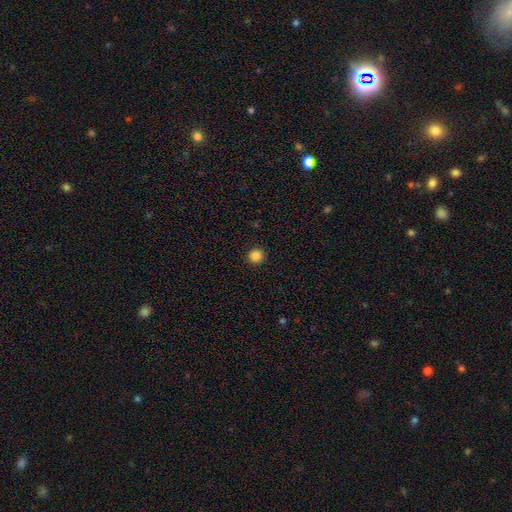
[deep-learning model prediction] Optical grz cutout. It shows a smooth galaxy with no disk features (86%) that is round (94%). Merging: none (93%).